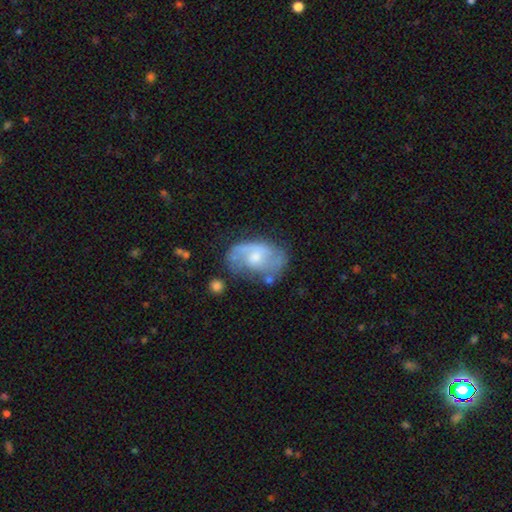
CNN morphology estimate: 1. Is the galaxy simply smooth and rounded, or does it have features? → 70% featured or disk, 23% smooth, 7% star or artifact.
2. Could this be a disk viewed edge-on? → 97% no, 3% yes.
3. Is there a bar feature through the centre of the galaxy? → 55% no, 39% weak, 6% strong.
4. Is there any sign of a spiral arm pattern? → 84% yes, 16% no.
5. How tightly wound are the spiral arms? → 46% medium, 32% loose, 22% tight.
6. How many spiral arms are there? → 69% 2, 16% can't tell, 9% 1, 3% 3, 1% 4, 1% more than 4.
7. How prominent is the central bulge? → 50% moderate, 36% small, 6% large, 6% none, 1% dominant.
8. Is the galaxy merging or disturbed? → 56% none, 25% minor disturbance, 14% major disturbance, 6% merger.